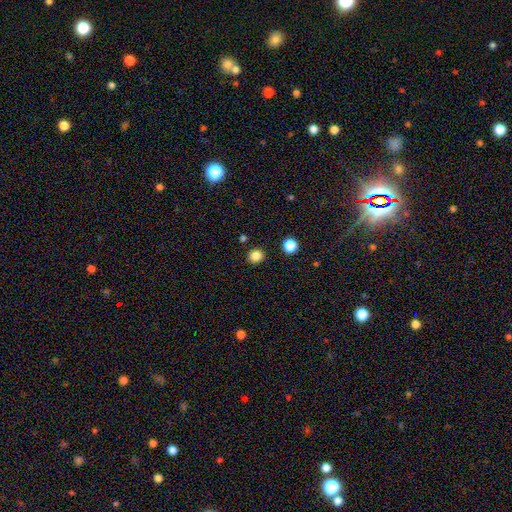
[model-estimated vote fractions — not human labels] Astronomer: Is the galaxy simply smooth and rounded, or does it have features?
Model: smooth — 84%.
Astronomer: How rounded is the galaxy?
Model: round — 89%.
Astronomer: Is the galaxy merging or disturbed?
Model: none — 90%.